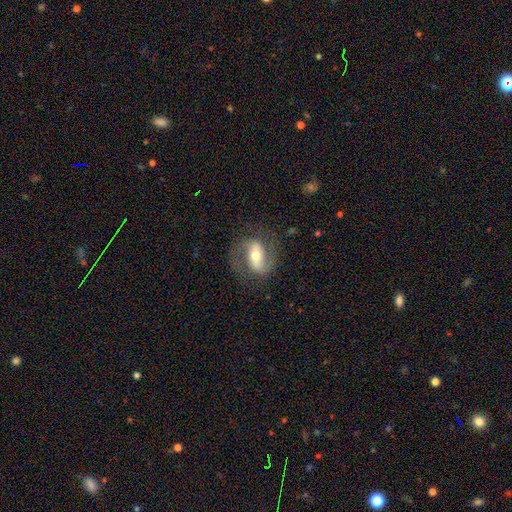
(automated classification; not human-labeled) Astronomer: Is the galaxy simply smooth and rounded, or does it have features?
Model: featured or disk — 77%.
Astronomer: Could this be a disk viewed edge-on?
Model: no — 94%.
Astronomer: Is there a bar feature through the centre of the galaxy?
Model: strong — 50% (runner-up: weak, 32%).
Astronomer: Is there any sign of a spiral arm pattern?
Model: yes — 90%.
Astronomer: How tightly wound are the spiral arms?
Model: medium — 50% (runner-up: loose, 31%).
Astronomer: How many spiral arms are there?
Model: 2 — 88%.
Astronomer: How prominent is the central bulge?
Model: moderate — 67%.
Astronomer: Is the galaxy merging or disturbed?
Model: none — 73%.